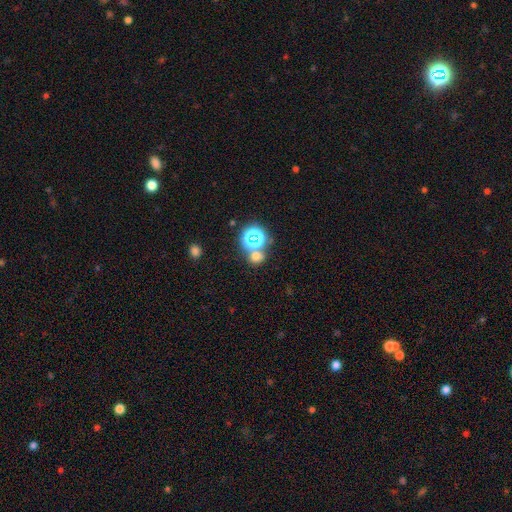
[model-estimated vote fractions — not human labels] Overall: smooth (58%; star or artifact 35%). How rounded: round (79%). Merging: none (64%).